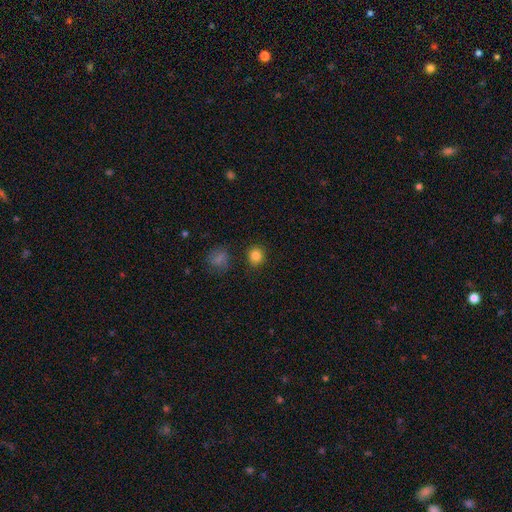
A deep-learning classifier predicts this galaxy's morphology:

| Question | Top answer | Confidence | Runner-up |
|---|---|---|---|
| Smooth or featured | smooth | 84% | star or artifact (11%) |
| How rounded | round | 85% | in between (14%) |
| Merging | none | 87% | minor disturbance (8%) |